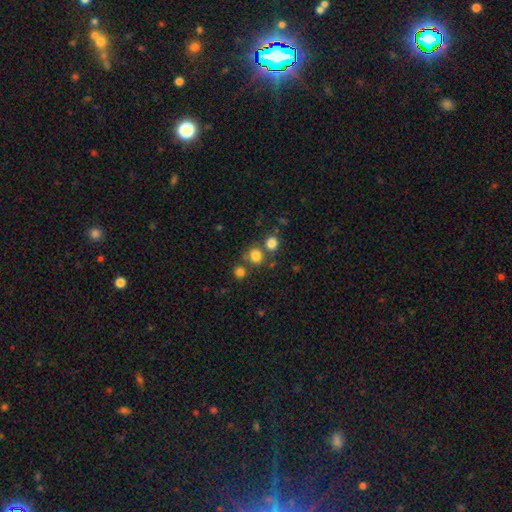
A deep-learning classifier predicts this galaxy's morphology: type=smooth (78%); roundness=round (84%); merging=none (67%).